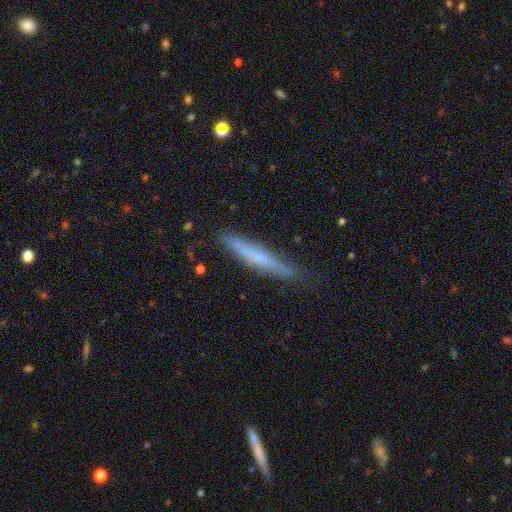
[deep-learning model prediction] Overall: smooth (47%; featured or disk 46%). Merging: none (78%).